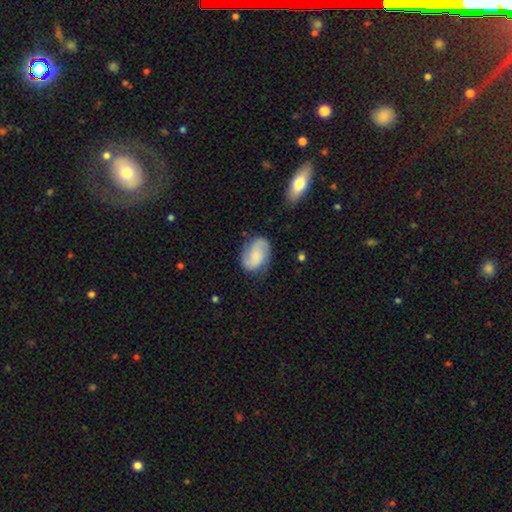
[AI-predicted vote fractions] Morphology: type=featured or disk (55%); edge-on=no (97%); bar=no (62%); spiral arms=yes (92%); bulge=small (43%); merging=none (71%).